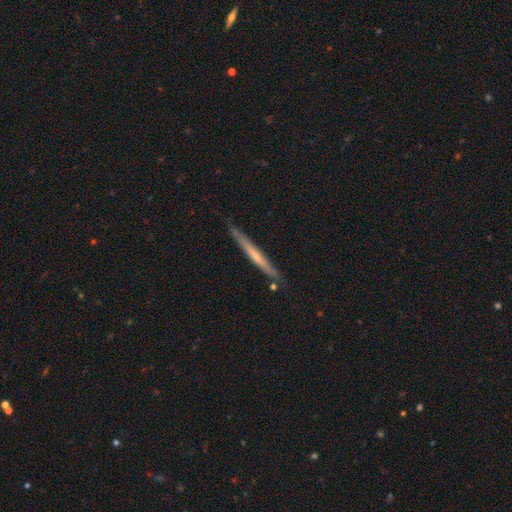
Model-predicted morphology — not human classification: type=featured or disk (58%); edge-on=yes (96%); edge-on bulge=none (59%); merging=none (83%).